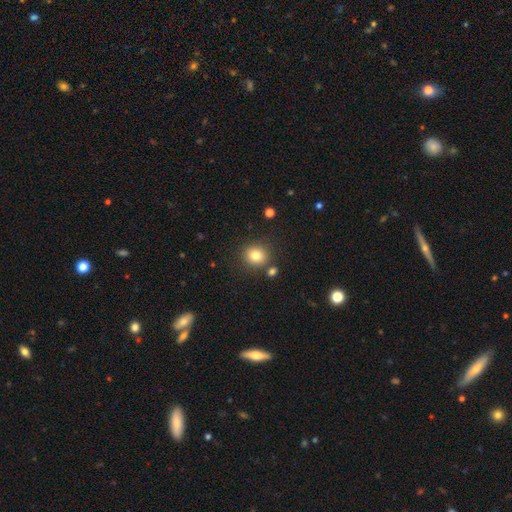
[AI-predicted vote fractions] This appears to be a smooth galaxy with no disk features (81%) that is round (84%). Merging: none (83%).